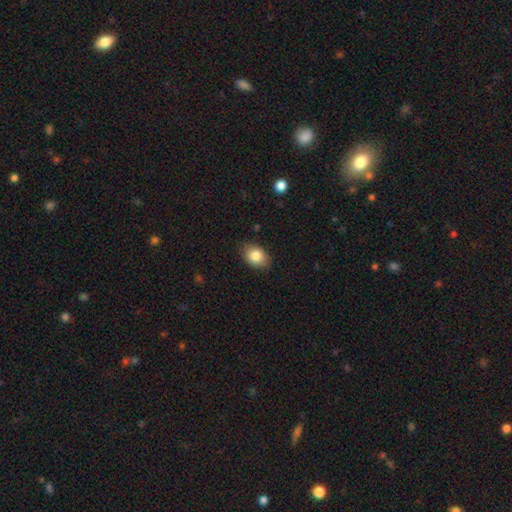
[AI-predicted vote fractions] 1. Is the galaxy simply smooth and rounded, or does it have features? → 84% smooth, 8% star or artifact, 8% featured or disk.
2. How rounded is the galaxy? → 77% in between, 22% round, 1% cigar-shaped.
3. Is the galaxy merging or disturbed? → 84% none, 12% minor disturbance, 3% major disturbance, 1% merger.